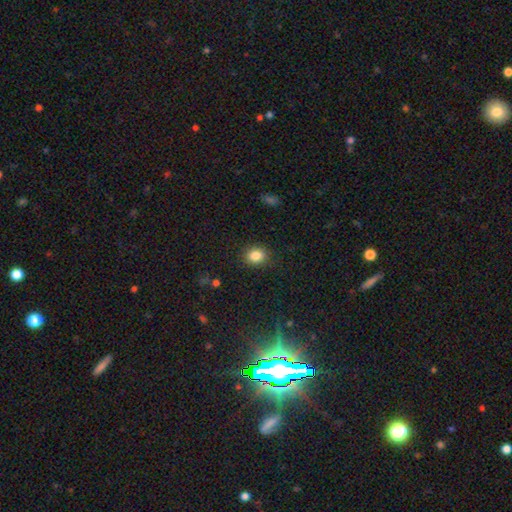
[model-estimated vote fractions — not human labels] This appears to be a smooth galaxy with no disk features (85%) that is round (56%). Merging: none (87%).